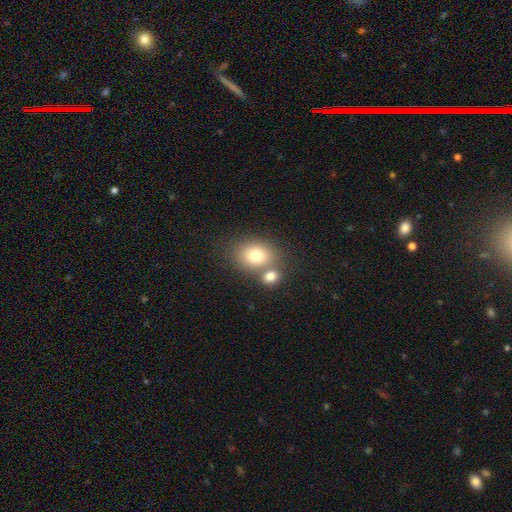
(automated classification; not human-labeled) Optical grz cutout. It shows a smooth galaxy with no disk features (76%) that is in between round and cigar-shaped (50%). Merging: none (50%).